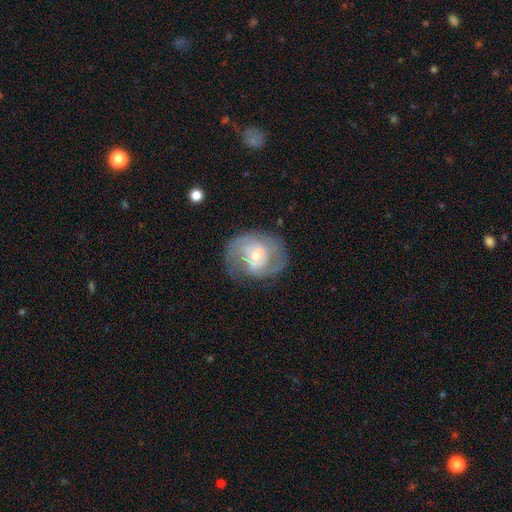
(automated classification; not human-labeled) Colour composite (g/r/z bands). It shows a featured or disk galaxy (73%) with a weak bar (46%), 2 (55%) medium (43%) spiral arms (81%) and a small central bulge (51%). Merging: none (53%).